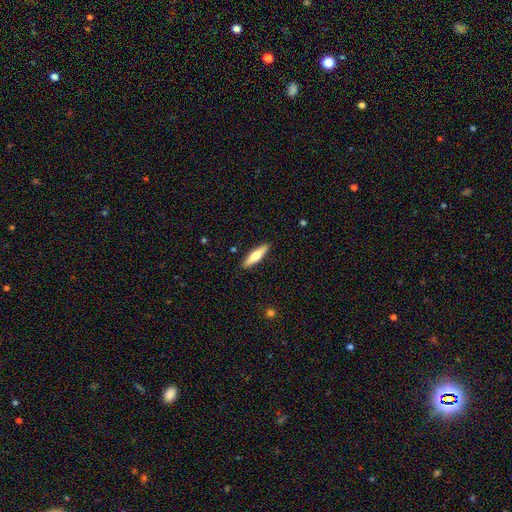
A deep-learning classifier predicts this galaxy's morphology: Smooth or featured? Predicted: smooth (p=0.54). How rounded? Predicted: cigar-shaped (p=0.71). Merging? Predicted: none (p=0.90).